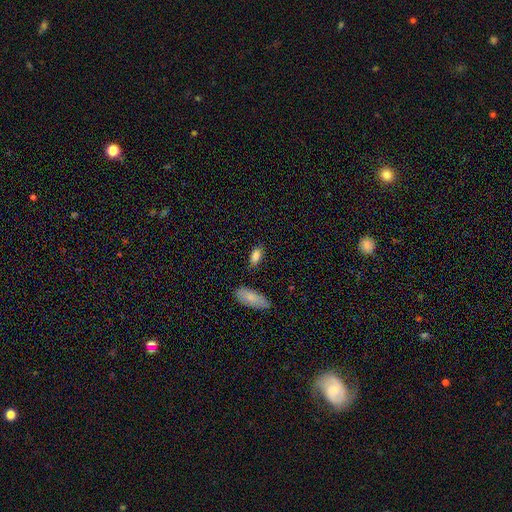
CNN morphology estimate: Smooth or featured? smooth (85%)
How rounded? in between (86%)
Merging? none (79%)